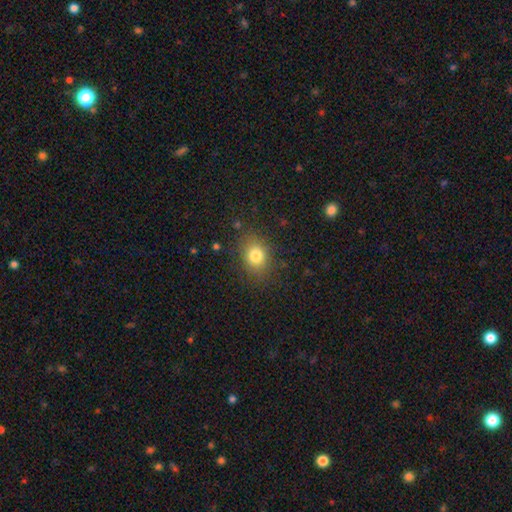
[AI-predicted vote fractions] This is likely a smooth galaxy (80%). How rounded: possibly round (52%). Merging: clearly none (82%).